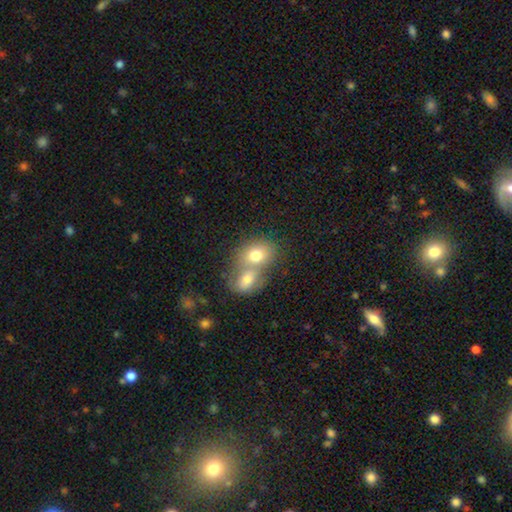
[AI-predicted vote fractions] Smooth or featured? Predicted: smooth (p=0.72). How rounded? Predicted: in between (p=0.51). Merging? Predicted: merger (p=0.65).